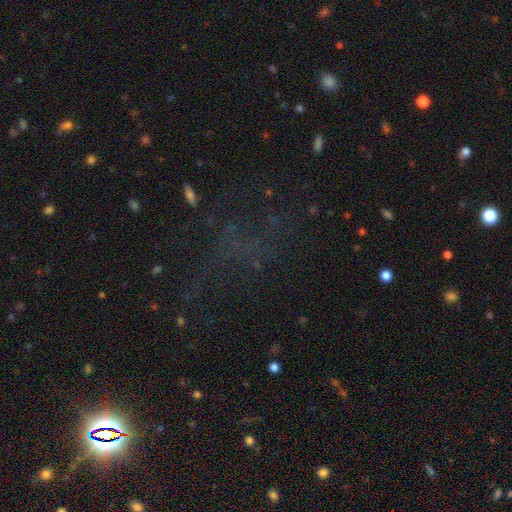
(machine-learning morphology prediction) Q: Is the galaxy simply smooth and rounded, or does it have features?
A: star or artifact — 62%.